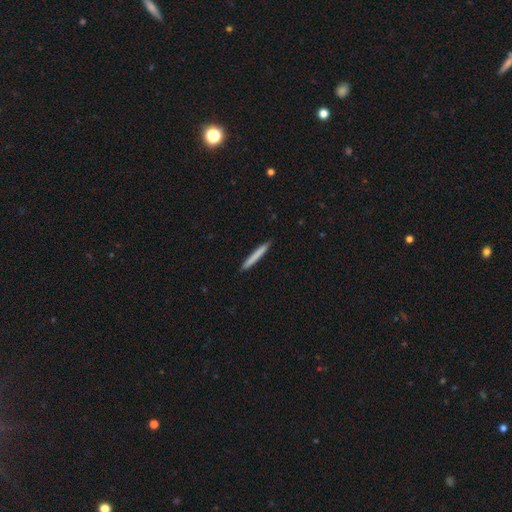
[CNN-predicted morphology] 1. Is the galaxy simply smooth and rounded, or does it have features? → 77% smooth, 18% featured or disk, 5% star or artifact.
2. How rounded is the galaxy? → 97% cigar-shaped, 2% in between, 1% round.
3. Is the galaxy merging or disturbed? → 92% none, 6% minor disturbance, 1% major disturbance, 1% merger.